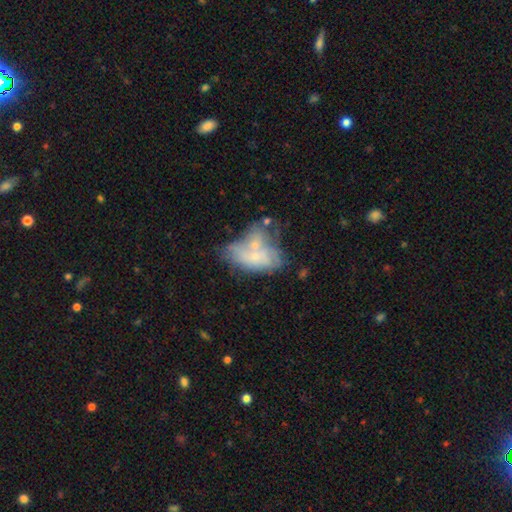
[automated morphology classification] This appears to be a smooth galaxy with no disk features (46%). Merging: merger (49%).